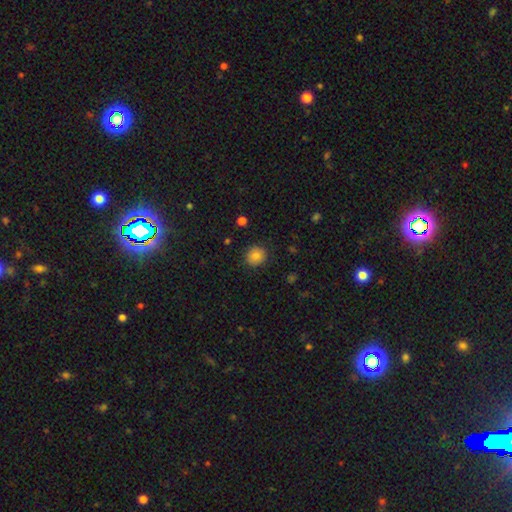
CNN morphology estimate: Smooth or featured? Predicted: smooth (p=0.83). How rounded? Predicted: round (p=0.90). Merging? Predicted: none (p=0.87).